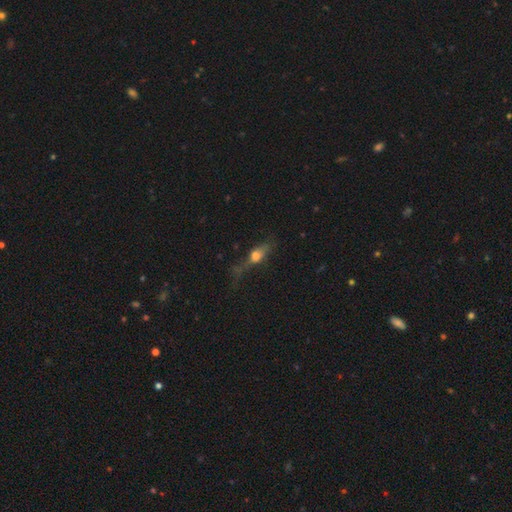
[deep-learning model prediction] Smooth or featured?
  - smooth: 55% *
  - featured or disk: 32%
  - star or artifact: 13%
How rounded?
  - in between: 53% *
  - cigar-shaped: 35%
  - round: 12%
Merging?
  - none: 39% *
  - major disturbance: 31%
  - minor disturbance: 25%
  - merger: 5%